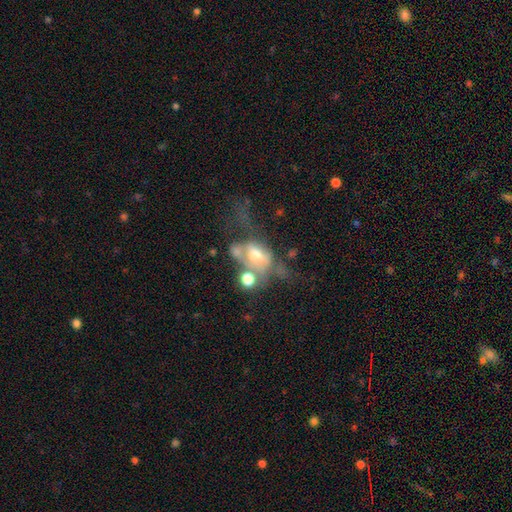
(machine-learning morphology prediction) Smooth or featured: featured or disk — 49% (smooth — 36%)
Merging: merger — 36% (major disturbance — 34%)